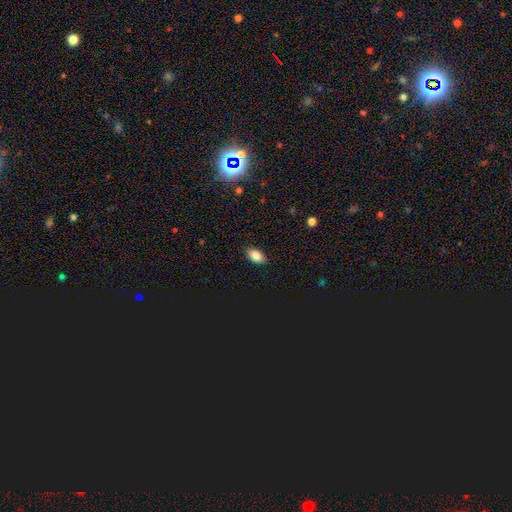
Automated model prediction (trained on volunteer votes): This appears to be a smooth galaxy with no disk features (83%) that is in between round and cigar-shaped (90%). Merging: none (87%).